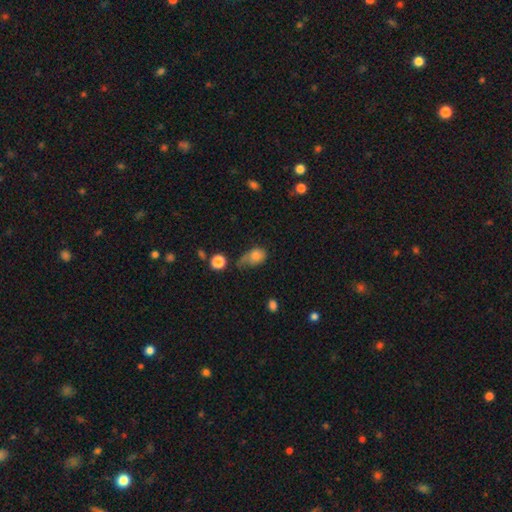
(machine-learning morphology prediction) smooth 75%, featured or disk 15%, star or artifact 10%. Down the decision tree: how rounded — in between (64%); merging — major disturbance (35%).